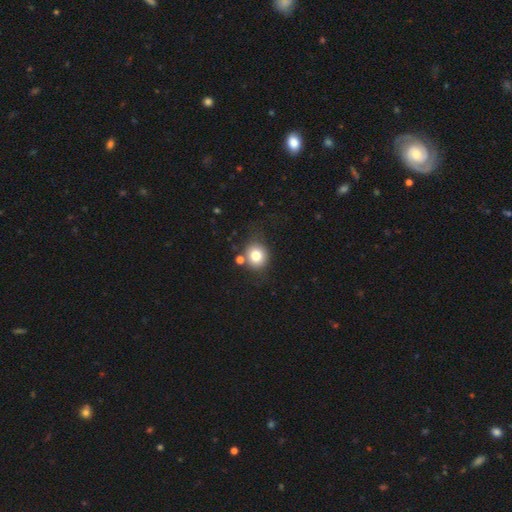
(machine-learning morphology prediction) Q: Smooth or featured?
A: smooth (79%); runner-up: star or artifact (11%)
Q: How rounded?
A: round (78%); runner-up: in between (21%)
Q: Merging?
A: none (72%); runner-up: minor disturbance (13%)